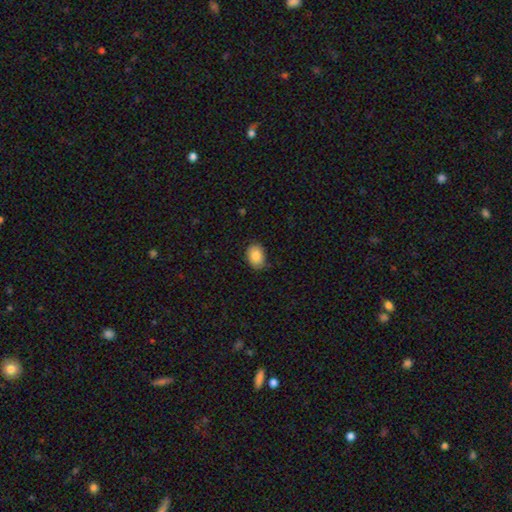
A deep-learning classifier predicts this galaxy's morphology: This appears to be a smooth galaxy with no disk features (85%) that is in between round and cigar-shaped (78%). Merging: none (81%).